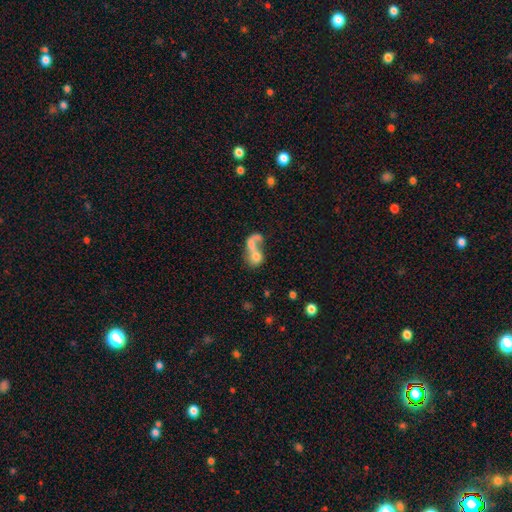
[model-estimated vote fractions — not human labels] A smooth galaxy with no disk features (55%) that is in between round and cigar-shaped (54%). Merging: merger (69%).